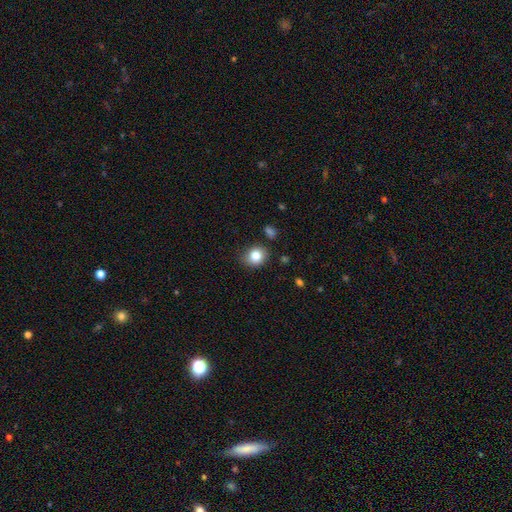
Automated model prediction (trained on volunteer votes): smooth_or_featured: smooth (p=0.82) [alt: star or artifact p=0.10]
how_rounded: round (p=0.67) [alt: in between p=0.33]
merging: none (p=0.79) [alt: minor disturbance p=0.15]